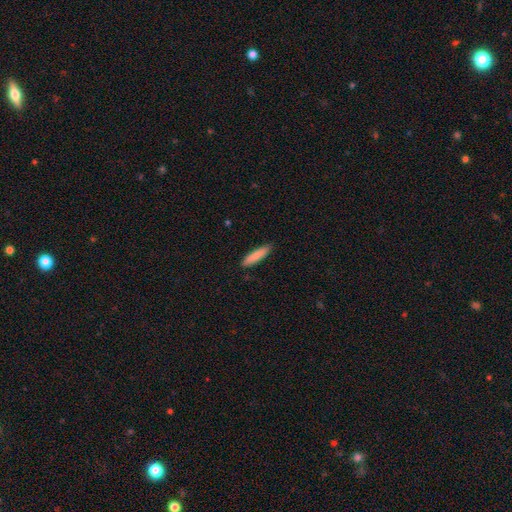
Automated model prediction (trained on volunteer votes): Smooth or featured: smooth — 85% (featured or disk — 9%)
How rounded: cigar-shaped — 80% (in between — 19%)
Merging: none — 88% (minor disturbance — 9%)